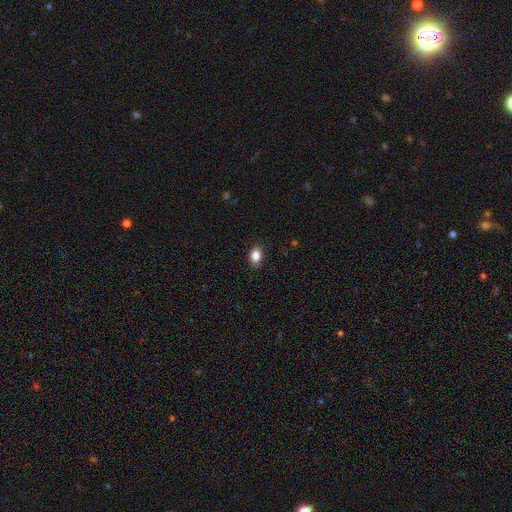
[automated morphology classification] This is clearly a smooth galaxy (85%). How rounded: likely in between (63%). Merging: clearly none (88%).